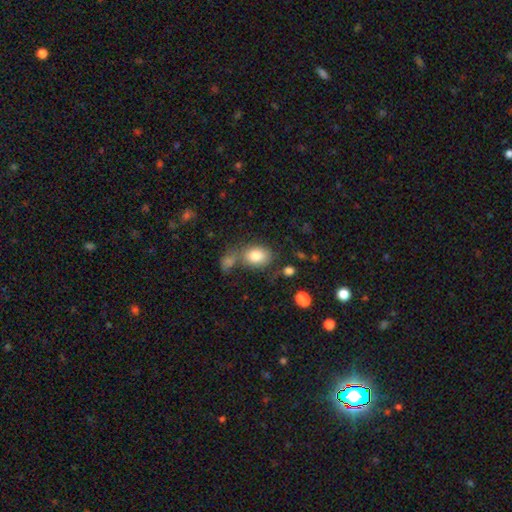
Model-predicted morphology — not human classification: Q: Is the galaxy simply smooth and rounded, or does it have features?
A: smooth — 83%.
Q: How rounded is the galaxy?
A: in between — 72%.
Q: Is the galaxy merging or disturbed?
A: none — 57%.